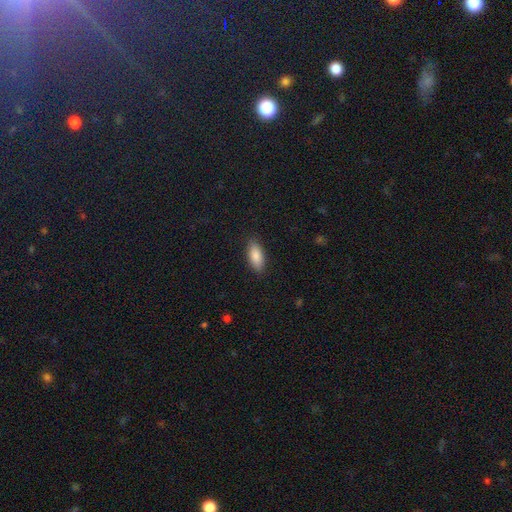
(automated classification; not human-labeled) Smooth or featured? Predicted: smooth (p=0.87). How rounded? Predicted: in between (p=0.85). Merging? Predicted: none (p=0.88).